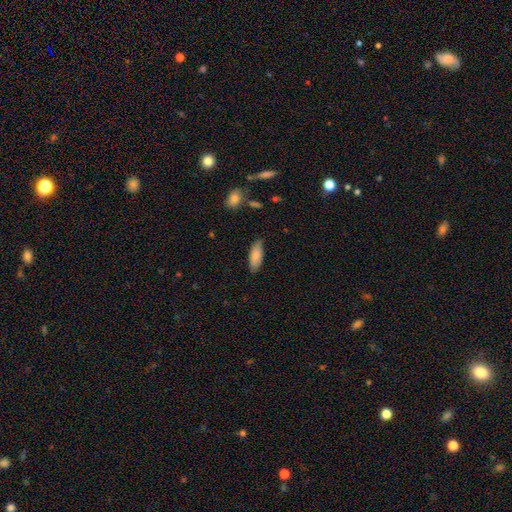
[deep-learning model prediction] A smooth galaxy with no disk features (83%) that is in between round and cigar-shaped (75%). Merging: none (75%).